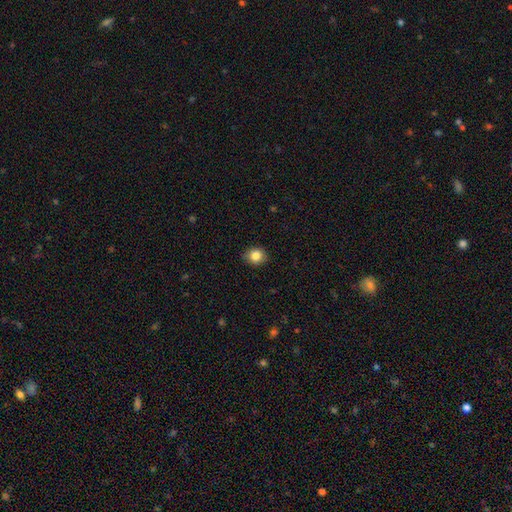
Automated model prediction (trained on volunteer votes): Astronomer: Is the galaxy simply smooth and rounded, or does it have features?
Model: smooth — 85%.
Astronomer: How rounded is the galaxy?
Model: round — 69%.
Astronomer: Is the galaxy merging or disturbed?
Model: none — 87%.